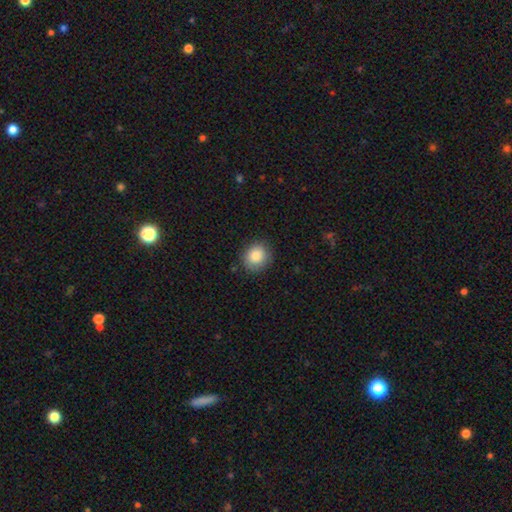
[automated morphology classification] type=smooth (86%); roundness=round (79%); merging=none (85%).